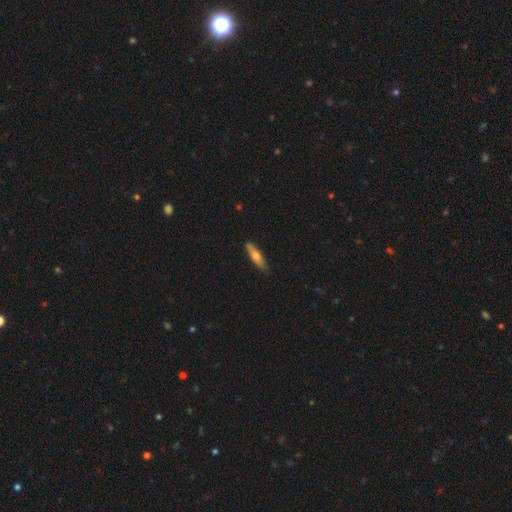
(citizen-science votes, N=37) This appears to be a smooth galaxy with no disk features (57%) that is cigar-shaped (86%). Merging: none (83%).